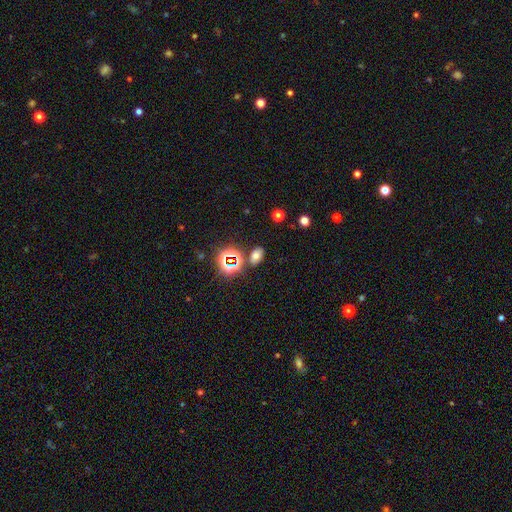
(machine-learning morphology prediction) A smooth galaxy with no disk features (62%) that is in between round and cigar-shaped (85%). Merging: none (81%).